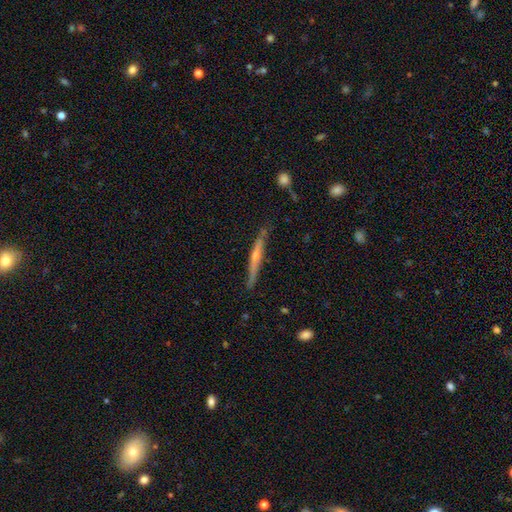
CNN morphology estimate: Overall: featured or disk (63%; smooth 31%). Edge-on disk: yes (96%). Edge-on bulge: rounded (60%; none 33%). Merging: none (82%).